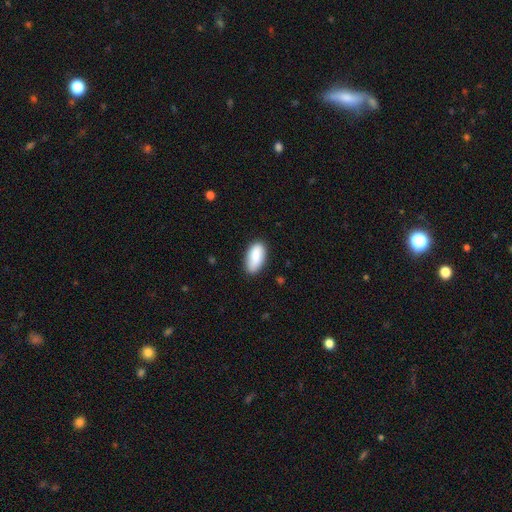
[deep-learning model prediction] Smooth or featured? smooth (86%)
How rounded? in between (92%)
Merging? none (82%)